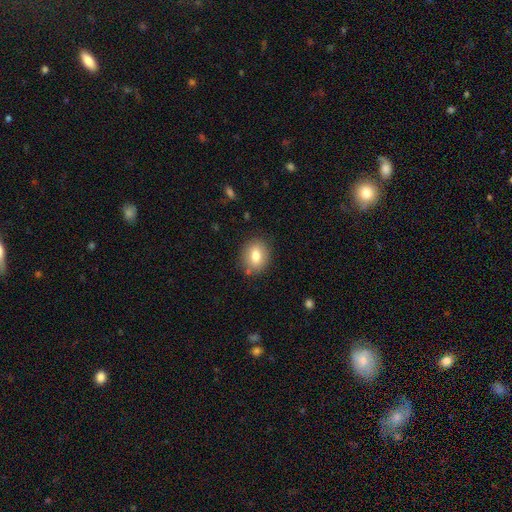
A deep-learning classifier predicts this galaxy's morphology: The model was most divided on "how rounded": in between: 55%, round: 43%, cigar-shaped: 1%. More confident: merging — none (84%); smooth or featured — smooth (78%).